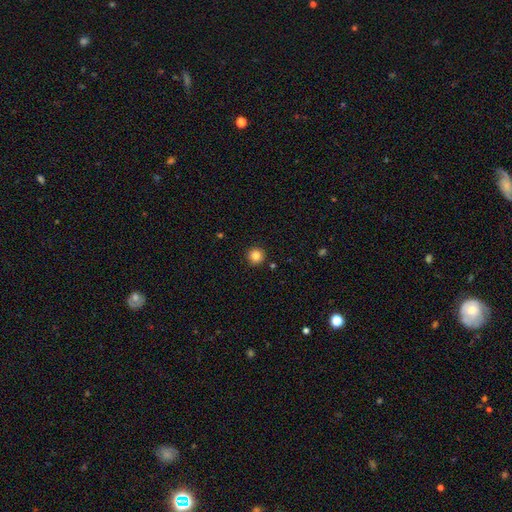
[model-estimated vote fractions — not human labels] smooth 84%, star or artifact 11%, featured or disk 5%. Down the decision tree: how rounded — round (96%); merging — none (92%).